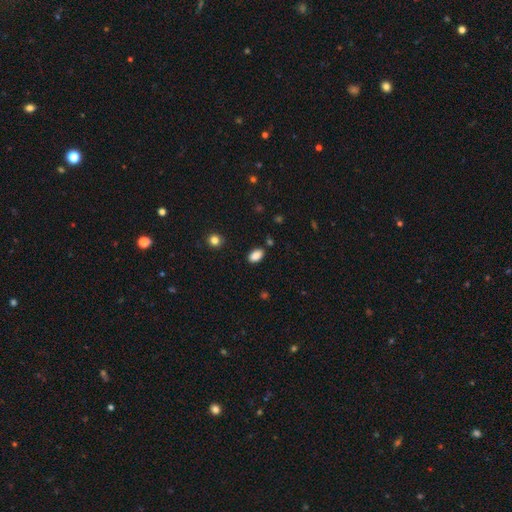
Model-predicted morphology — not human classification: Smooth or featured? smooth (88%)
How rounded? in between (91%)
Merging? none (85%)